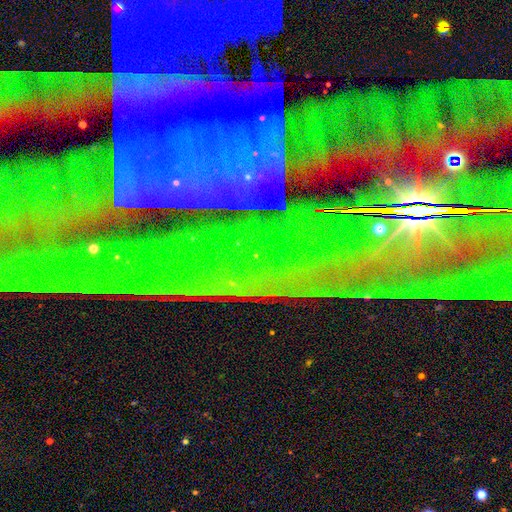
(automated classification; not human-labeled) This appears to be a star or artifact, not a galaxy (78%).